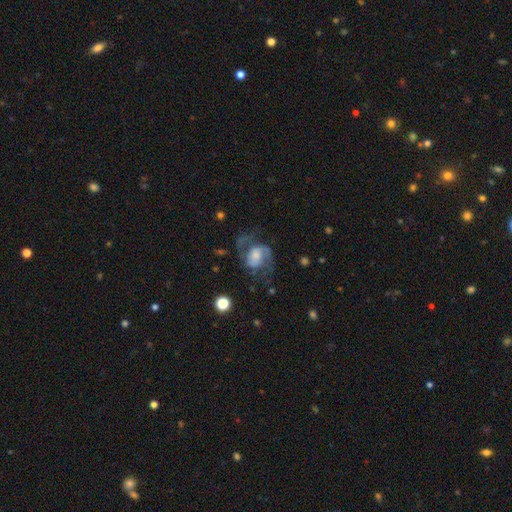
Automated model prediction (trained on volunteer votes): Q: Smooth or featured?
A: featured or disk (71%); runner-up: smooth (21%)
Q: Edge-on disk?
A: no (98%); runner-up: yes (2%)
Q: Bar?
A: no (62%); runner-up: weak (31%)
Q: Spiral arms?
A: yes (89%); runner-up: no (11%)
Q: Spiral winding?
A: medium (47%); runner-up: loose (39%)
Q: Spiral arm count?
A: 2 (80%); runner-up: can't tell (7%)
Q: Bulge size?
A: moderate (28%); runner-up: small (27%)
Q: Merging?
A: none (48%); runner-up: major disturbance (31%)